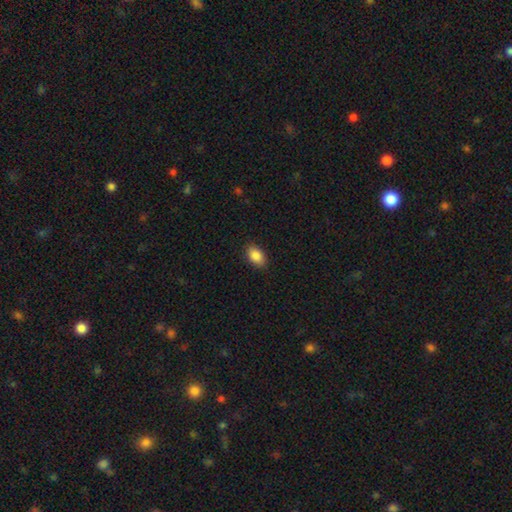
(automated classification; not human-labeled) This appears to be a smooth galaxy with no disk features (88%) that is in between round and cigar-shaped (87%). Merging: none (88%).